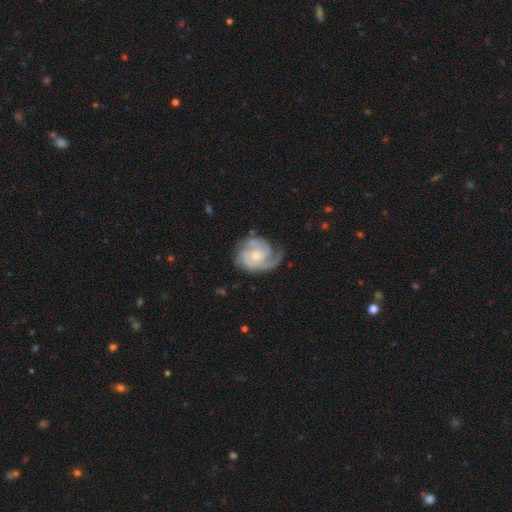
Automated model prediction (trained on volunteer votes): This appears to be a featured or disk galaxy (82%) with no bar (71%), 2 (37%) tight (47%) spiral arms (95%) and a small central bulge (50%). Merging: none (60%).